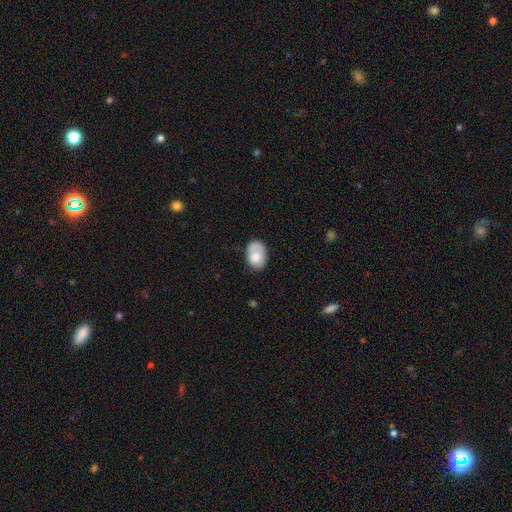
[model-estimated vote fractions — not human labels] Smooth or featured? smooth (73%)
How rounded? in between (82%)
Merging? none (56%)